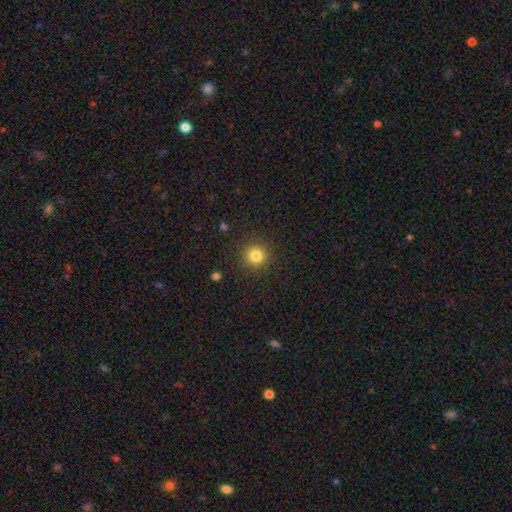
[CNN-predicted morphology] smooth-or-featured: smooth: 83% | star or artifact: 12% | featured or disk: 5%
  how-rounded: round: 94% | in between: 5% | cigar-shaped: 1%
  merging: none: 90% | minor disturbance: 6% | major disturbance: 2% | merger: 1%